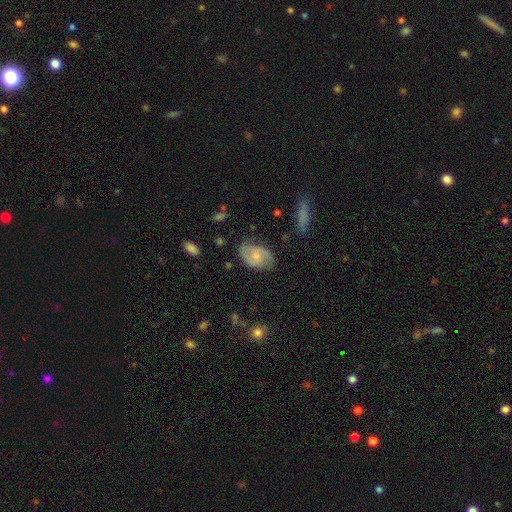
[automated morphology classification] Smooth or featured: featured or disk — 65% (smooth — 28%)
Edge-on disk: no — 97% (yes — 3%)
Bar: no — 50% (weak — 43%)
Spiral arms: yes — 91% (no — 9%)
Spiral winding: medium — 50% (loose — 25%)
Spiral arm count: 2 — 86% (can't tell — 8%)
Bulge size: small — 50% (moderate — 34%)
Merging: none — 75% (minor disturbance — 18%)